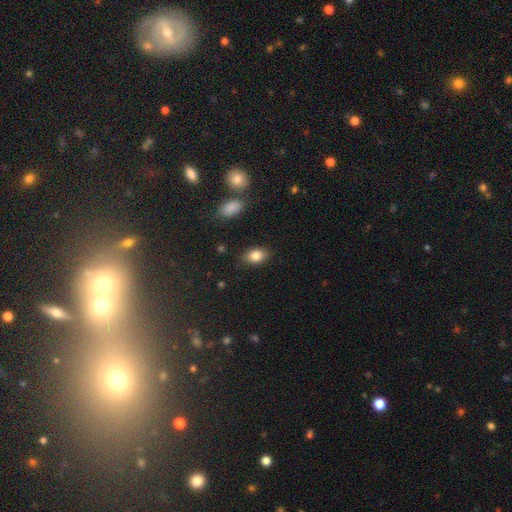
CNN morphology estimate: smooth-or-featured: smooth: 83% | featured or disk: 8% | star or artifact: 8%
  how-rounded: in between: 85% | round: 13% | cigar-shaped: 2%
  merging: none: 82% | minor disturbance: 13% | major disturbance: 3% | merger: 2%